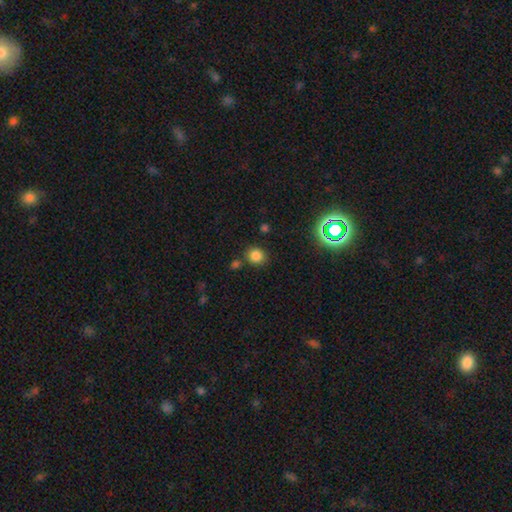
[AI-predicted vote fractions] A smooth galaxy with no disk features (82%) that is round (82%).

Vote fractions:
- Smooth or featured? smooth: 82% / star or artifact: 14% / featured or disk: 5%
- How rounded? round: 82% / in between: 17% / cigar-shaped: 1%
- Merging? none: 78% / minor disturbance: 10% / merger: 8% / major disturbance: 3%